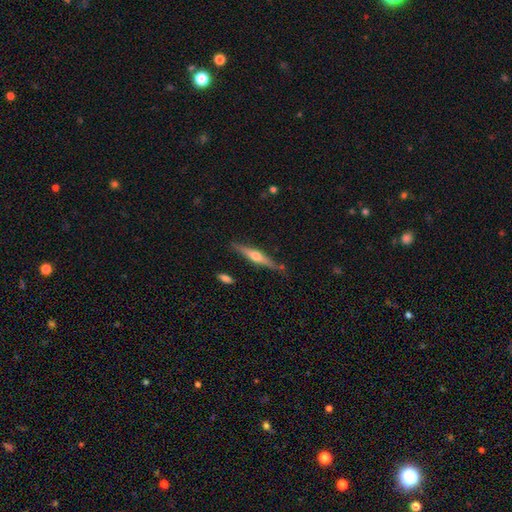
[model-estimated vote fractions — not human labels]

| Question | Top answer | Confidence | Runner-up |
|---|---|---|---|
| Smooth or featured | featured or disk | 64% | smooth (30%) |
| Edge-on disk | yes | 96% | no (4%) |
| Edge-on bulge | rounded | 91% | none (5%) |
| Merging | none | 81% | minor disturbance (13%) |